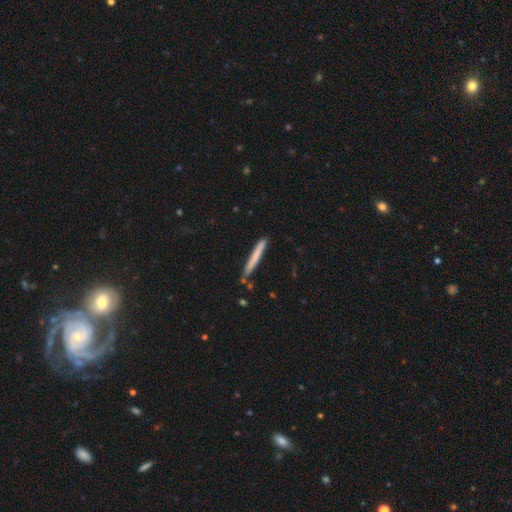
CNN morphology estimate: smooth-or-featured: smooth: 69% | featured or disk: 25% | star or artifact: 6%
  how-rounded: cigar-shaped: 97% | in between: 2% | round: 1%
  merging: none: 82% | minor disturbance: 13% | merger: 4% | major disturbance: 2%